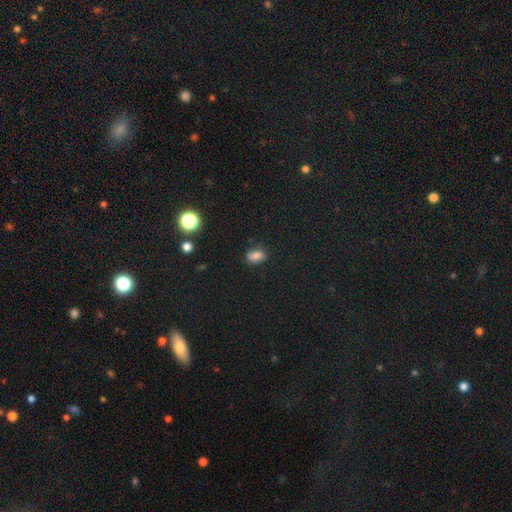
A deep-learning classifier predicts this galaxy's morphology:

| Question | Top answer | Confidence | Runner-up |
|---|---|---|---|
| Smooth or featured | smooth | 80% | star or artifact (14%) |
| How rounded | in between | 81% | round (16%) |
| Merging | none | 78% | minor disturbance (16%) |